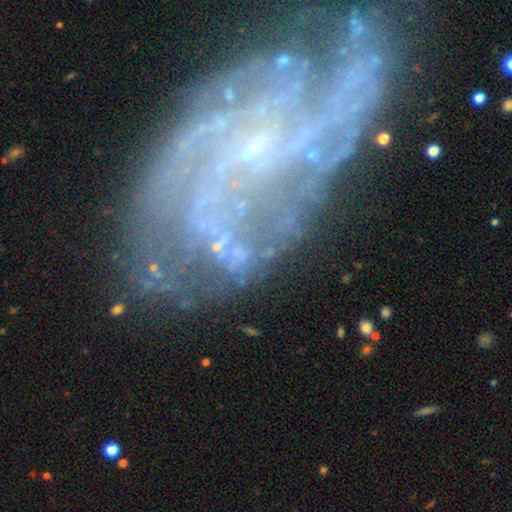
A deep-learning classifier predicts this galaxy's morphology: Overall: featured or disk (81%). Edge-on disk: no (96%). Bar: no (57%; weak 32%). Spiral arms: yes (87%). Spiral arm count: can't tell (33%; 2 19%). Spiral winding: tight (38%; medium 37%). Bulge size: small (67%). Merging: none (59%; minor disturbance 21%).